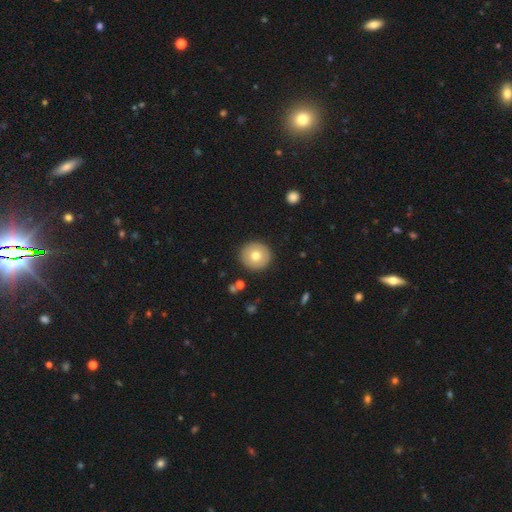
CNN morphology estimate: Smooth or featured? Predicted: smooth (p=0.70). How rounded? Predicted: round (p=0.93). Merging? Predicted: none (p=0.91).